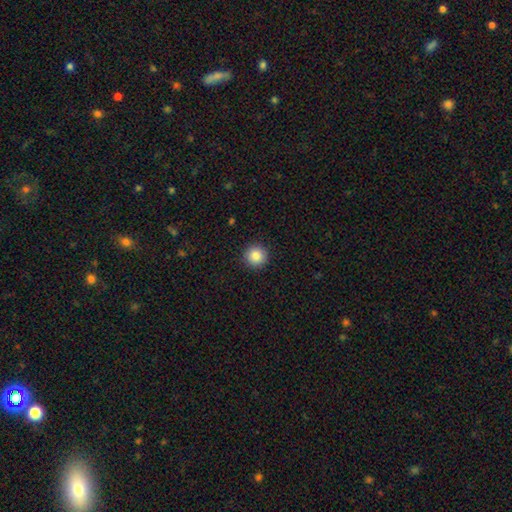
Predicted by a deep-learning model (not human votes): Q: Smooth or featured?
A: smooth (86%); runner-up: star or artifact (9%)
Q: How rounded?
A: round (95%); runner-up: in between (4%)
Q: Merging?
A: none (92%); runner-up: minor disturbance (5%)